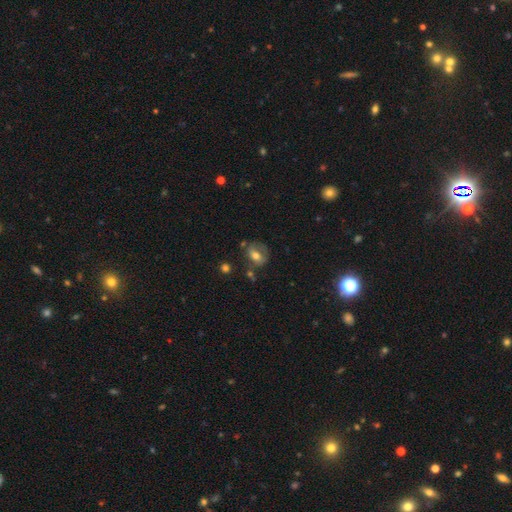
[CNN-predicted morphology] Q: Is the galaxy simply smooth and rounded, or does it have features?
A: smooth — 59%.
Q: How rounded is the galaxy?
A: in between — 61%.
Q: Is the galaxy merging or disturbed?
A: none — 54%.